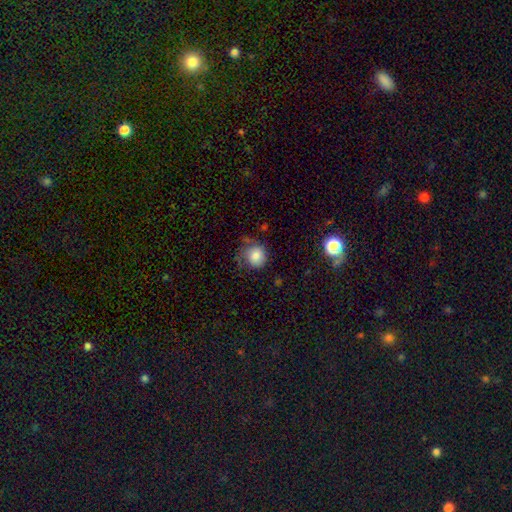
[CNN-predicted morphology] smooth 78%, featured or disk 13%, star or artifact 9%. Down the decision tree: how rounded — round (87%); merging — none (56%).